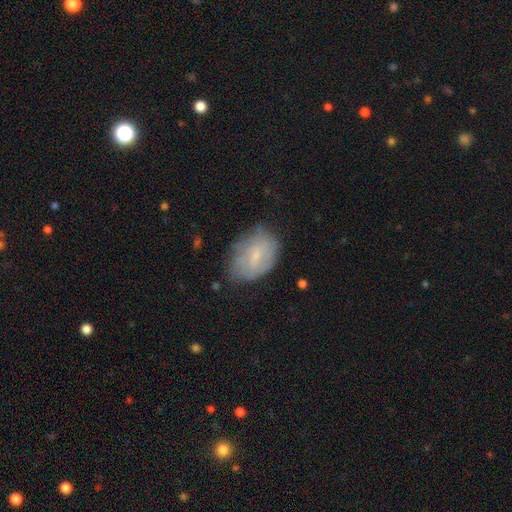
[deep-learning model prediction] This is possibly a smooth galaxy (52%). How rounded: clearly in between (80%). Merging: likely none (61%).